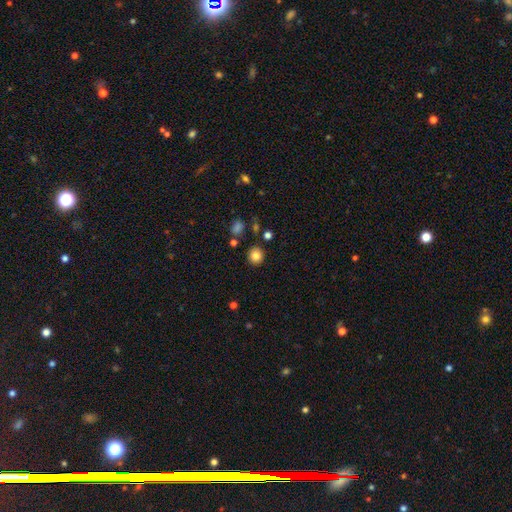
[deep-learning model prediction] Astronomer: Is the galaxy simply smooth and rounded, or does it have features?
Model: smooth — 83%.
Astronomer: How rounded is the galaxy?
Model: round — 89%.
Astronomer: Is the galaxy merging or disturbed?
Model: none — 88%.